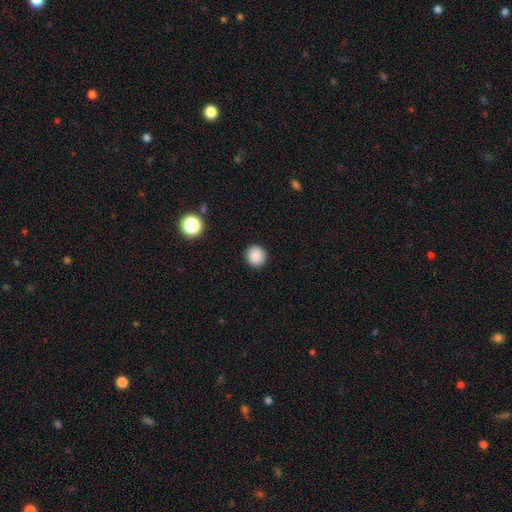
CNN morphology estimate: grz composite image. It shows a smooth galaxy with no disk features (88%) that is round (93%). Merging: none (92%).